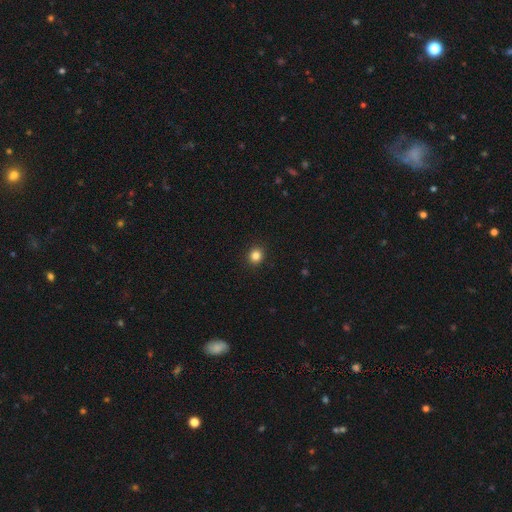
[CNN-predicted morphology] A smooth galaxy with no disk features (85%) that is round (84%).

Vote fractions:
- Smooth or featured? smooth: 85% / star or artifact: 12% / featured or disk: 4%
- How rounded? round: 84% / in between: 15% / cigar-shaped: 1%
- Merging? none: 92% / minor disturbance: 5% / major disturbance: 2% / merger: 1%